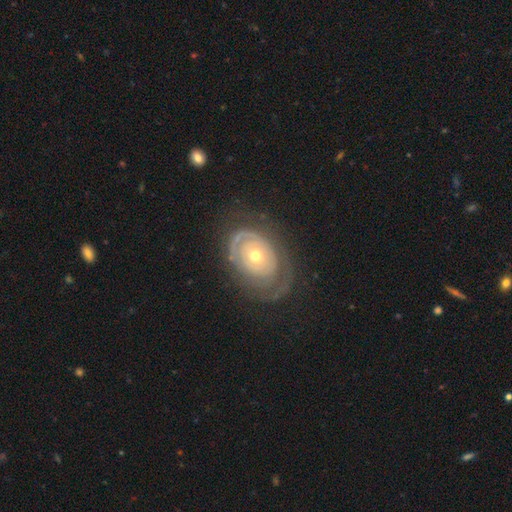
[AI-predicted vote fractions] smooth-or-featured: featured or disk: 77% | smooth: 17% | star or artifact: 6%
  disk-edge-on: no: 95% | yes: 5%
    bar: no: 87% | weak: 9% | strong: 3%
    has-spiral-arms: yes: 67% | no: 33%
    bulge-size: moderate: 57% | small: 38% | large: 3% | dominant: 1% | none: 1%
  merging: none: 68% | minor disturbance: 18% | major disturbance: 12% | merger: 2%